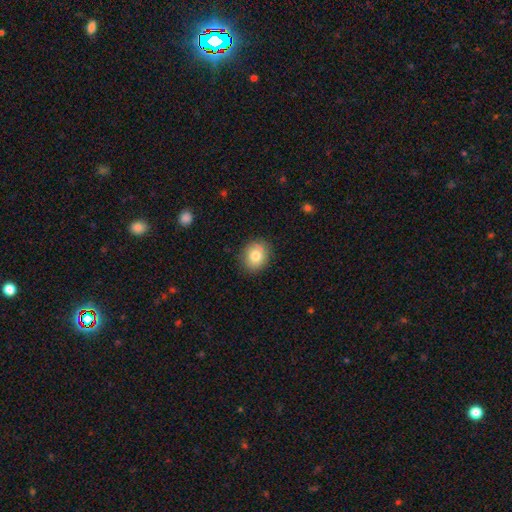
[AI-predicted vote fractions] Overall: smooth (82%). How rounded: round (65%; in between 34%). Merging: none (88%).